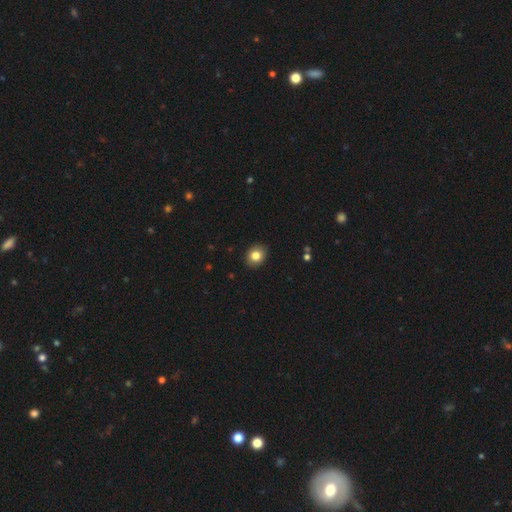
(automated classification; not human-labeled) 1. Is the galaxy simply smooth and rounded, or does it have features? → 82% smooth, 10% star or artifact, 8% featured or disk.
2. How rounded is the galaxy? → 55% round, 44% in between, 1% cigar-shaped.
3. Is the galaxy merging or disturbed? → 89% none, 8% minor disturbance, 2% major disturbance, 1% merger.